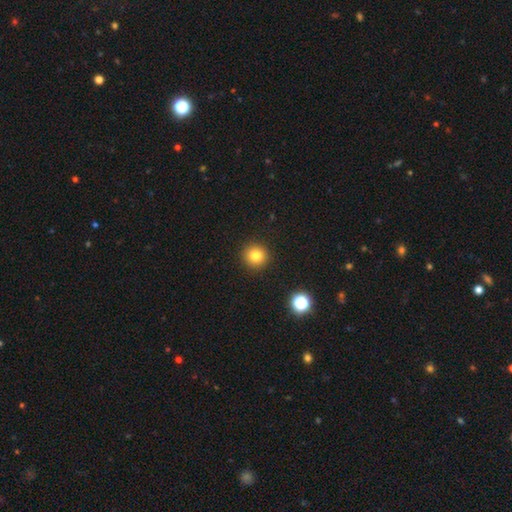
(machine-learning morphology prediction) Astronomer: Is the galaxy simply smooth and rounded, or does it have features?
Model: smooth — 80%.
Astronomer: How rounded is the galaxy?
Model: round — 95%.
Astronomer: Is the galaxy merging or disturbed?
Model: none — 92%.